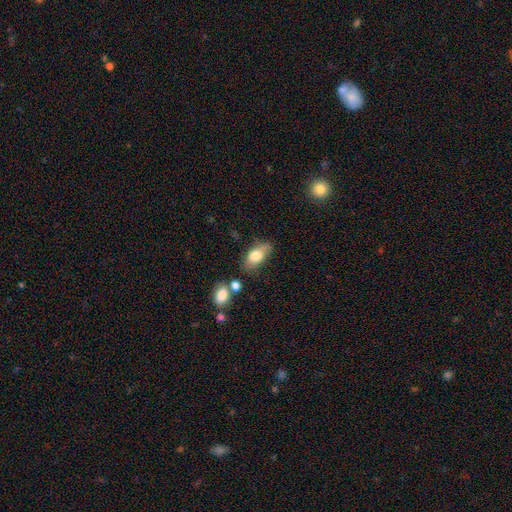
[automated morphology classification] This is likely a smooth galaxy (77%). How rounded: clearly in between (89%). Merging: possibly none (54%).